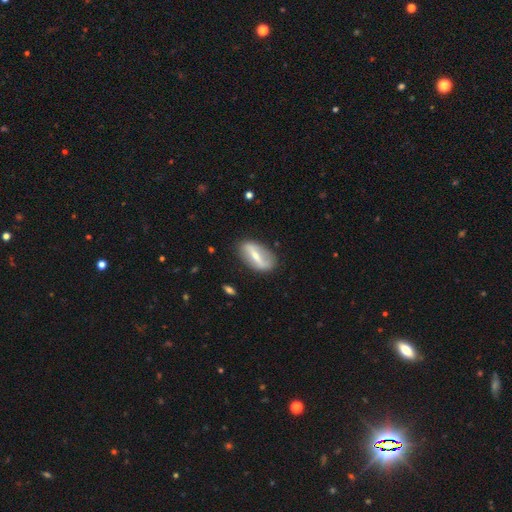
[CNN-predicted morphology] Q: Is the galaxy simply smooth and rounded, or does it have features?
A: featured or disk — 63%.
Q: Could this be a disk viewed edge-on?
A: no — 84%.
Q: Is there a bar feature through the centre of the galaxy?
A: strong — 67%.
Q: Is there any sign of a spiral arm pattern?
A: no — 53%.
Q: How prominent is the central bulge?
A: small — 52%.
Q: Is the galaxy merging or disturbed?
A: none — 81%.